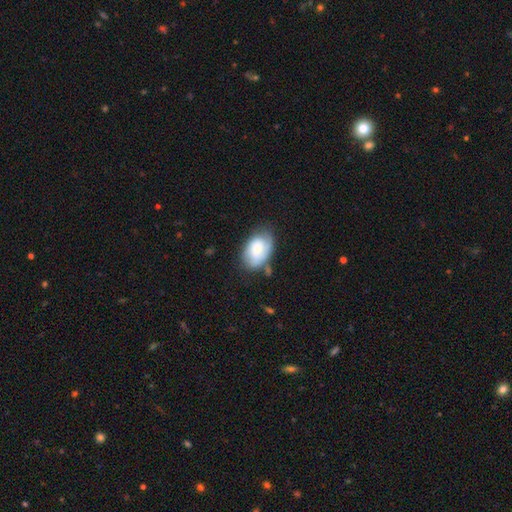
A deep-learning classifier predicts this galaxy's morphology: type=smooth (59%); roundness=in between (88%); merging=none (58%).